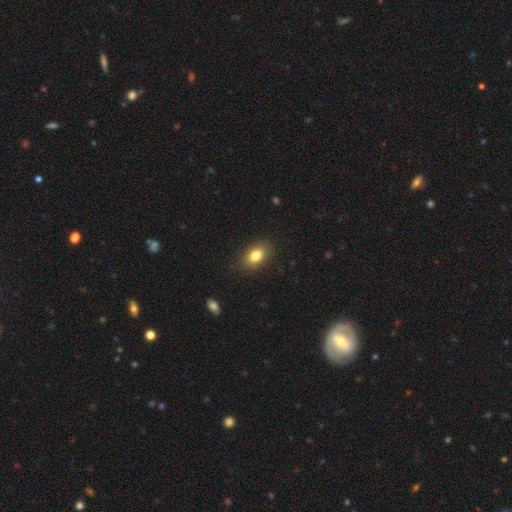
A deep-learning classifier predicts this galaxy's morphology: smooth-or-featured: smooth: 82% | star or artifact: 9% | featured or disk: 9%
  how-rounded: in between: 83% | round: 16% | cigar-shaped: 2%
  merging: none: 86% | minor disturbance: 10% | major disturbance: 3% | merger: 1%